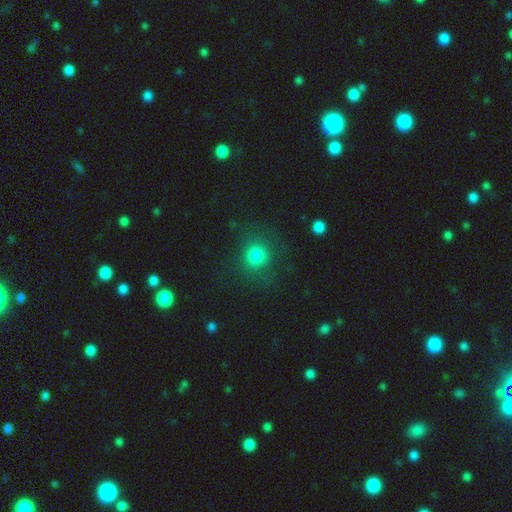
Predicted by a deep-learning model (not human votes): Morphology: type=smooth (80%); roundness=round (88%); merging=none (79%).